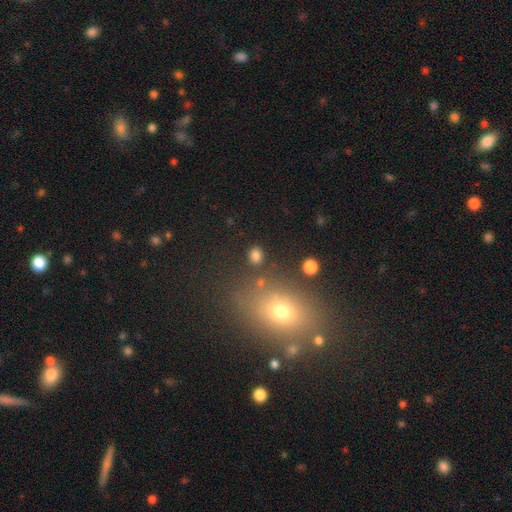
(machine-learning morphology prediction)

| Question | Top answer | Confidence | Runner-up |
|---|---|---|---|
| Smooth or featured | smooth | 80% | star or artifact (14%) |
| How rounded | in between | 55% | round (44%) |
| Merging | none | 83% | minor disturbance (9%) |